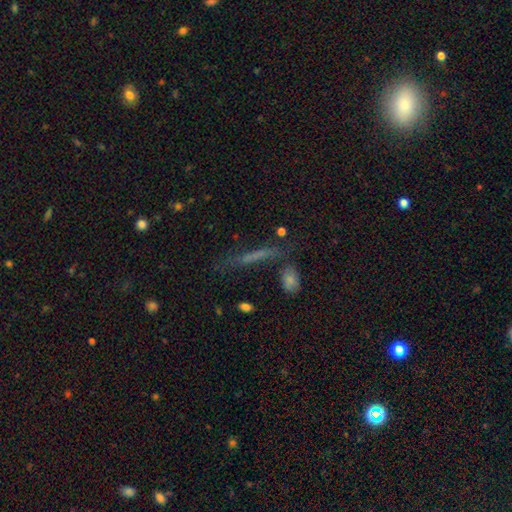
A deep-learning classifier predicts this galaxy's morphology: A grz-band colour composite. It shows a smooth galaxy with no disk features (46%). Merging: none (61%).